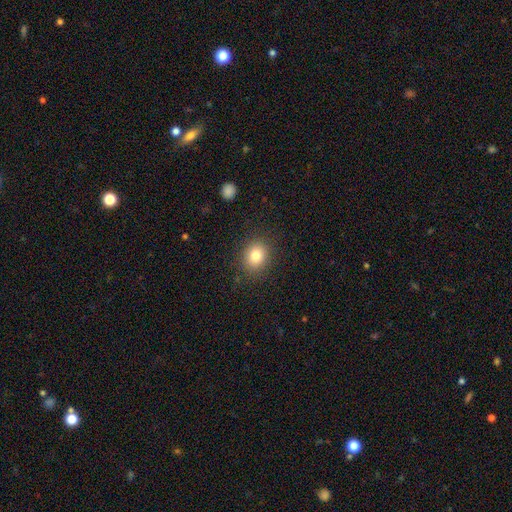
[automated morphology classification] Overall: smooth (81%). How rounded: round (61%; in between 39%). Merging: none (87%).